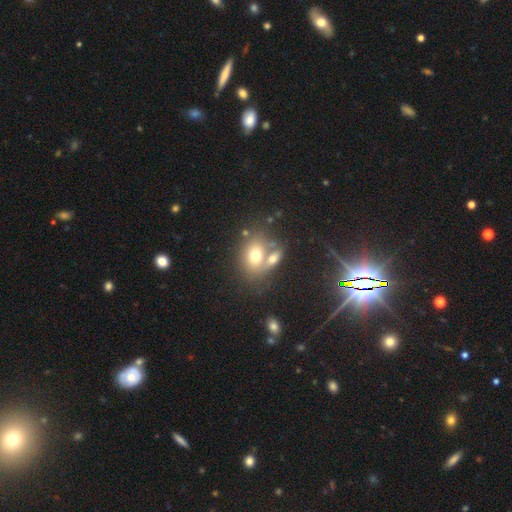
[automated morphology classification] smooth_or_featured: smooth (p=0.68) [alt: featured or disk p=0.21]
how_rounded: in between (p=0.68) [alt: round p=0.30]
merging: merger (p=0.45) [alt: none p=0.39]